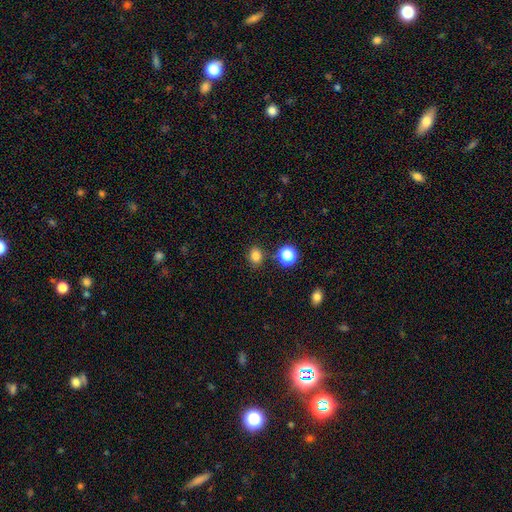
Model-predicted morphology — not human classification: Smooth or featured? smooth (81%)
How rounded? round (56%)
Merging? none (83%)